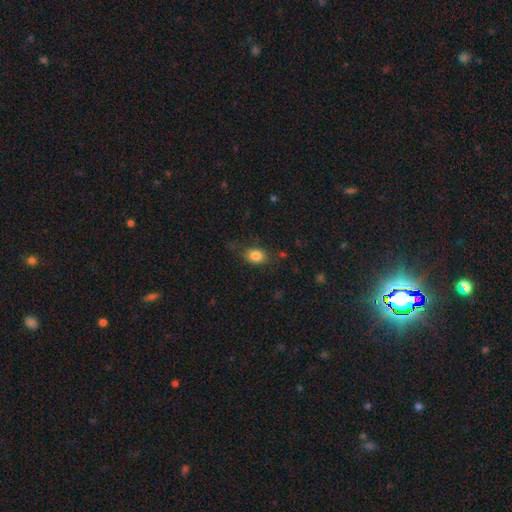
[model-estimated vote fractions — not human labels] Smooth or featured?
  - smooth: 83% *
  - star or artifact: 9%
  - featured or disk: 7%
How rounded?
  - in between: 69% *
  - round: 30%
  - cigar-shaped: 2%
Merging?
  - none: 69% *
  - minor disturbance: 21%
  - major disturbance: 8%
  - merger: 2%